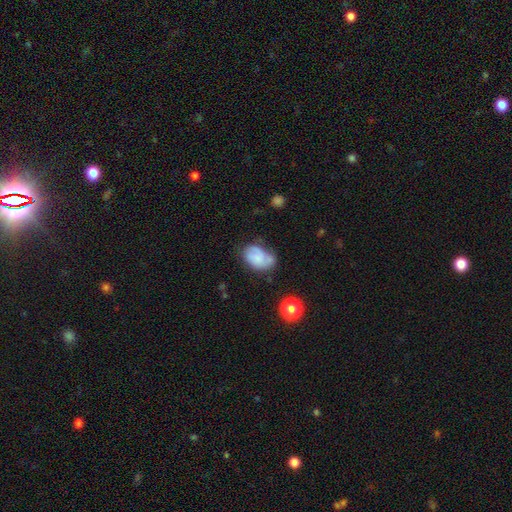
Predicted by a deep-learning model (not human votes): smooth_or_featured: smooth (p=0.57) [alt: featured or disk p=0.34]
how_rounded: in between (p=0.81) [alt: round p=0.18]
merging: none (p=0.41) [alt: minor disturbance p=0.32]